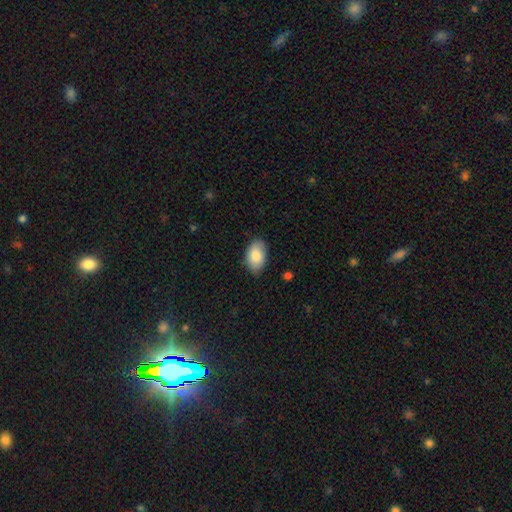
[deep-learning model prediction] smooth 86%, featured or disk 8%, star or artifact 6%. Down the decision tree: how rounded — in between (92%); merging — none (82%).